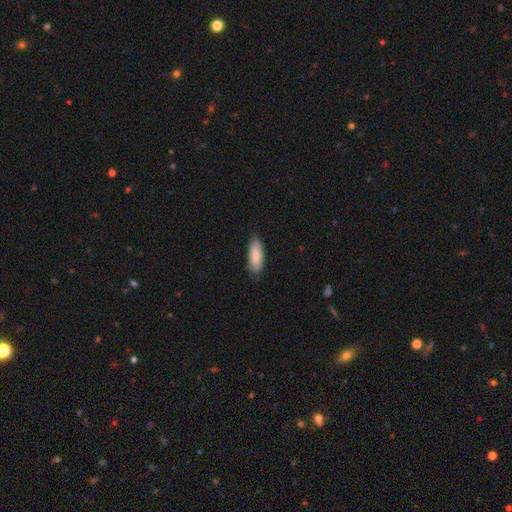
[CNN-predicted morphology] smooth-or-featured: smooth: 84% | featured or disk: 10% | star or artifact: 6%
  how-rounded: in between: 69% | cigar-shaped: 29% | round: 2%
  merging: none: 83% | minor disturbance: 14% | major disturbance: 2% | merger: 1%